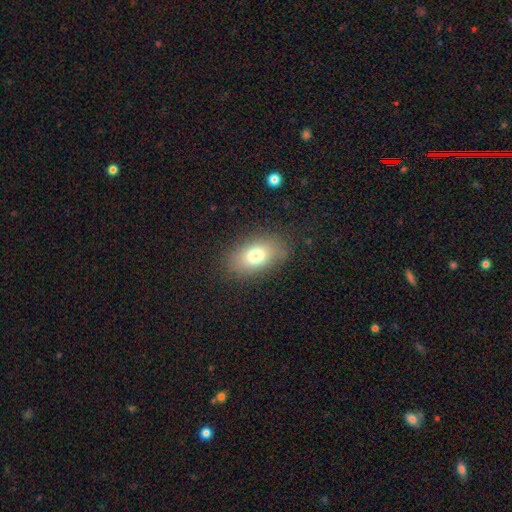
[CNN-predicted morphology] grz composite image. It shows a smooth galaxy with no disk features (75%) that is in between round and cigar-shaped (87%). Merging: none (83%).